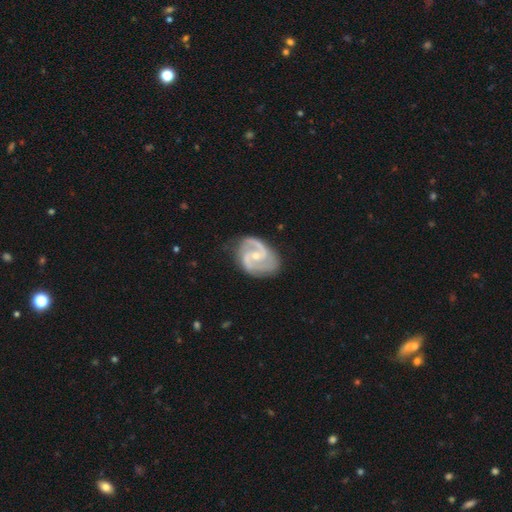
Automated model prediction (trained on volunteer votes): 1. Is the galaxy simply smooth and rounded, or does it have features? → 92% featured or disk, 4% smooth, 4% star or artifact.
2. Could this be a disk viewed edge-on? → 98% no, 2% yes.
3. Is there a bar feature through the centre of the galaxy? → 44% weak (tied), 44% no (tied), 12% strong.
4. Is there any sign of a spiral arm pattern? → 98% yes, 2% no.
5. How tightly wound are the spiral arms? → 59% medium, 27% tight, 14% loose.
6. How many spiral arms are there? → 85% 2, 7% 3, 3% can't tell, 2% 1, 1% 4, 1% more than 4.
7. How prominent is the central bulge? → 55% small, 42% moderate, 1% none, 1% large, 1% dominant.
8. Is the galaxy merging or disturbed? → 73% none, 19% minor disturbance, 6% major disturbance, 1% merger.